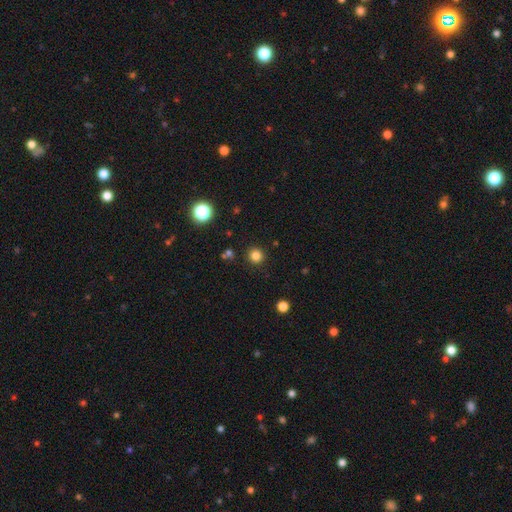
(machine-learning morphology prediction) Overall: smooth (82%). How rounded: round (94%). Merging: none (90%).